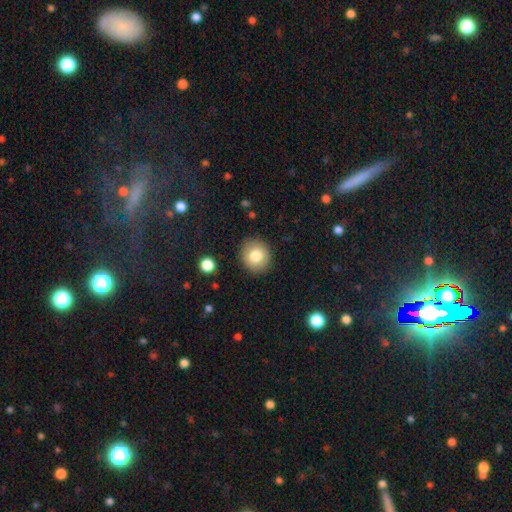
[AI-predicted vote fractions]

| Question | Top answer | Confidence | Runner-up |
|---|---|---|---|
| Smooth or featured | smooth | 80% | featured or disk (11%) |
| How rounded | round | 82% | in between (17%) |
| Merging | none | 90% | minor disturbance (7%) |